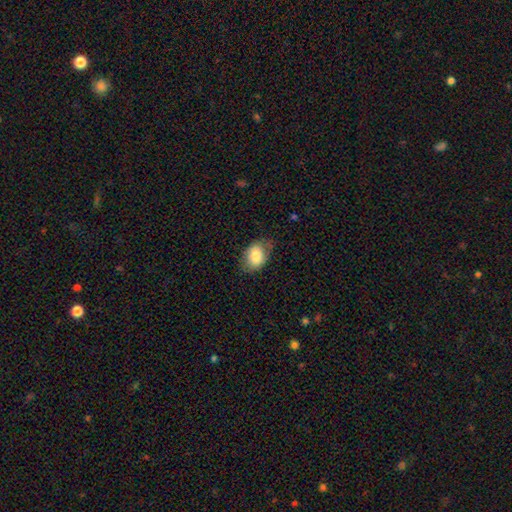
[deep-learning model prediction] Smooth or featured? Predicted: smooth (p=0.79). How rounded? Predicted: in between (p=0.76). Merging? Predicted: none (p=0.70).